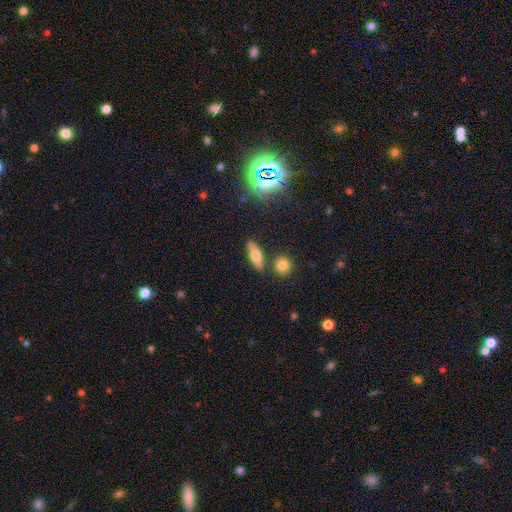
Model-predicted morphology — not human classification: A smooth galaxy with no disk features (60%) that is in between round and cigar-shaped (52%).

Vote fractions:
- Smooth or featured? smooth: 60% / featured or disk: 30% / star or artifact: 11%
- How rounded? in between: 52% / cigar-shaped: 42% / round: 6%
- Merging? none: 81% / minor disturbance: 10% / merger: 7% / major disturbance: 3%